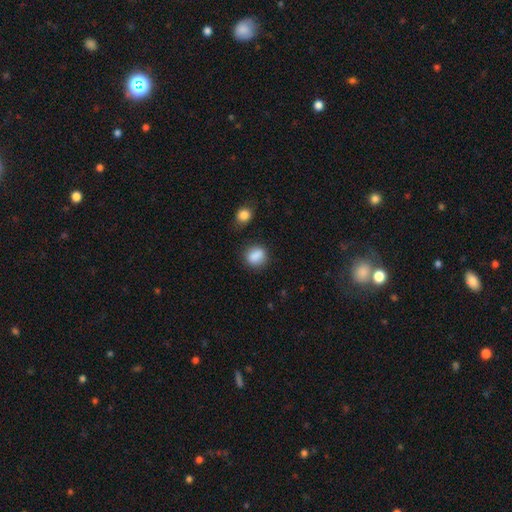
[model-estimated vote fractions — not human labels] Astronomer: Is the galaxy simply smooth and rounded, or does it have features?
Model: smooth — 86%.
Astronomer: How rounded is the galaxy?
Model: round — 54% (runner-up: in between, 43%).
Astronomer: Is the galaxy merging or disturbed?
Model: none — 76%.